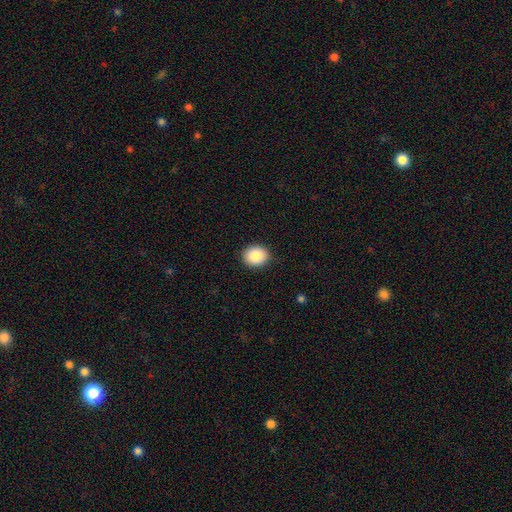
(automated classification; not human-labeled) Q: Smooth or featured?
A: smooth (87%); runner-up: star or artifact (8%)
Q: How rounded?
A: round (65%); runner-up: in between (34%)
Q: Merging?
A: none (90%); runner-up: minor disturbance (7%)